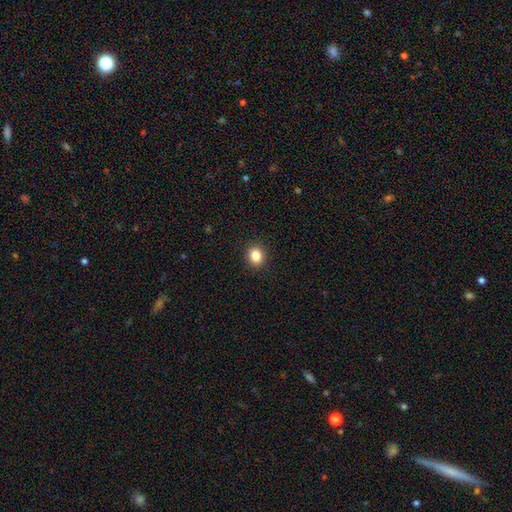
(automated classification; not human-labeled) Smooth or featured: smooth — 85% (star or artifact — 10%)
How rounded: round — 73% (in between — 26%)
Merging: none — 92% (minor disturbance — 6%)